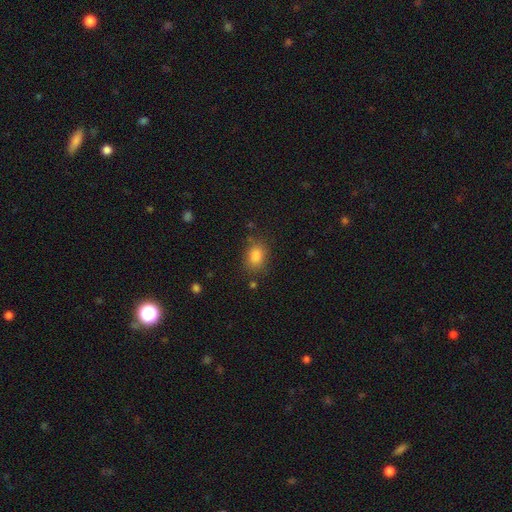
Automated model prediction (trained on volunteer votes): smooth_or_featured: smooth (p=0.85) [alt: star or artifact p=0.10]
how_rounded: in between (p=0.68) [alt: round p=0.30]
merging: none (p=0.78) [alt: minor disturbance p=0.14]